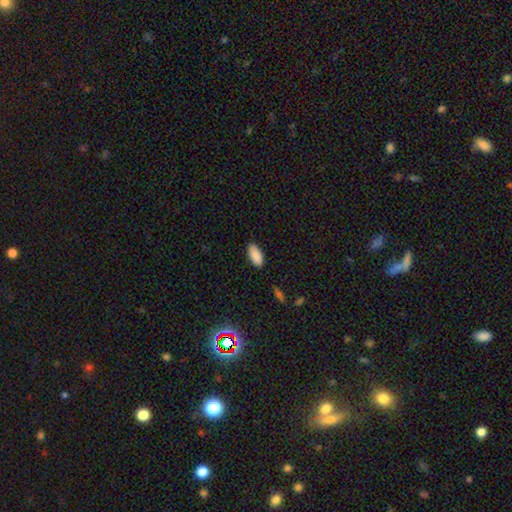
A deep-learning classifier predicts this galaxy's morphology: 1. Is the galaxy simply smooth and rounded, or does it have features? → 89% smooth, 7% star or artifact, 4% featured or disk.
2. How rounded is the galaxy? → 87% in between, 11% cigar-shaped, 2% round.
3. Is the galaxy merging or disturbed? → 87% none, 10% minor disturbance, 2% major disturbance, 1% merger.